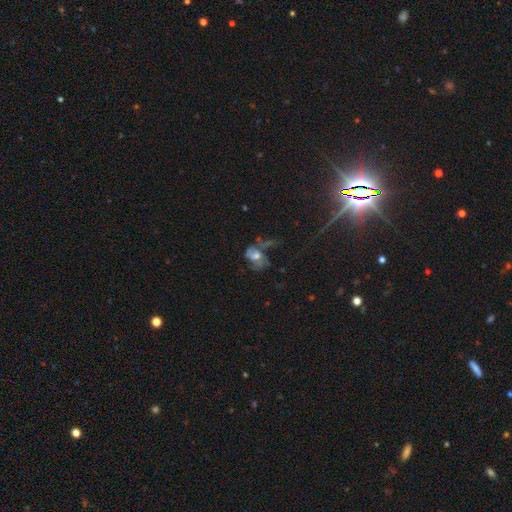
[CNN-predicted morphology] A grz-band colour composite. It shows a featured or disk galaxy (50%). Merging: major disturbance (41%).